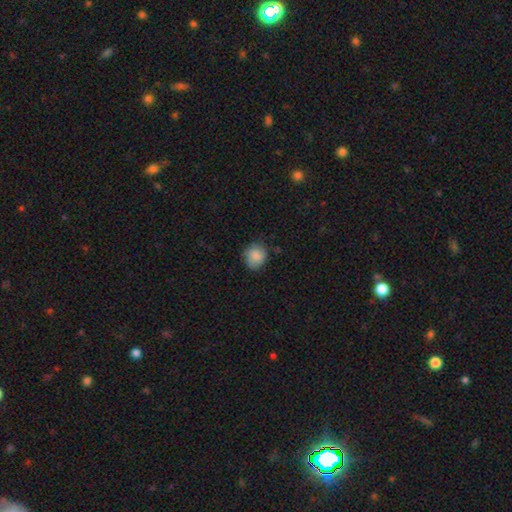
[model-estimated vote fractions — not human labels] Smooth or featured? smooth (85%)
How rounded? round (78%)
Merging? none (72%)